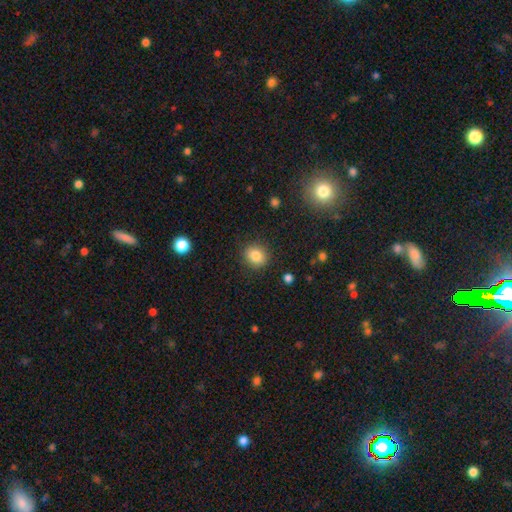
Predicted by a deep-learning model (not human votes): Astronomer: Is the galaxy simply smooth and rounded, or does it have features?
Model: smooth — 84%.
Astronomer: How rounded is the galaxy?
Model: round — 76%.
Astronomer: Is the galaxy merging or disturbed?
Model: none — 88%.